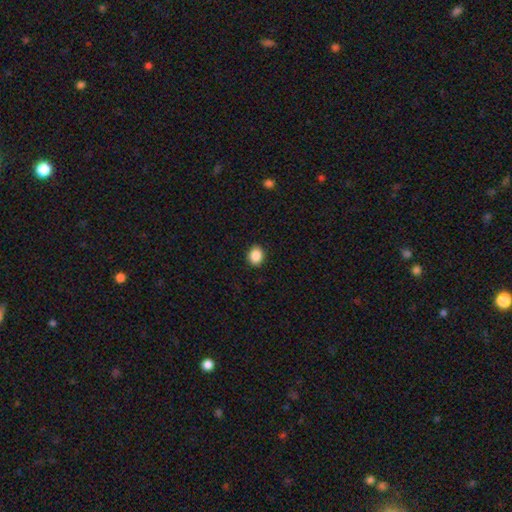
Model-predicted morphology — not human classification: type=smooth (88%); roundness=round (61%); merging=none (91%).